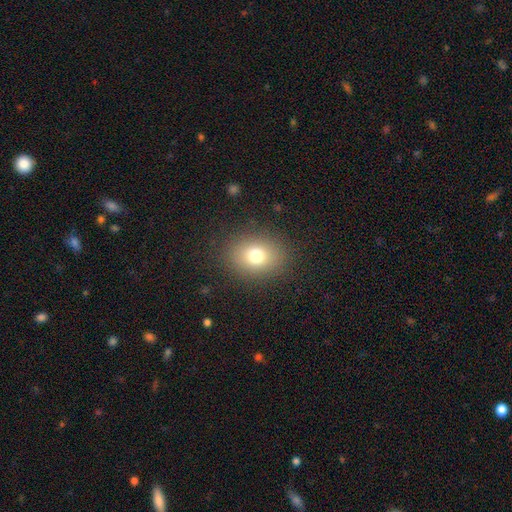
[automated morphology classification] This appears to be a smooth galaxy with no disk features (75%) that is round (52%). Merging: none (87%).